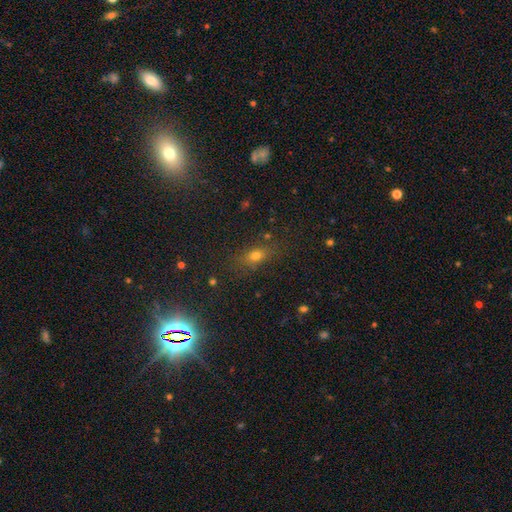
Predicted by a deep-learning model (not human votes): smooth 60%, star or artifact 27%, featured or disk 13%. Down the decision tree: how rounded — in between (61%); merging — none (78%).